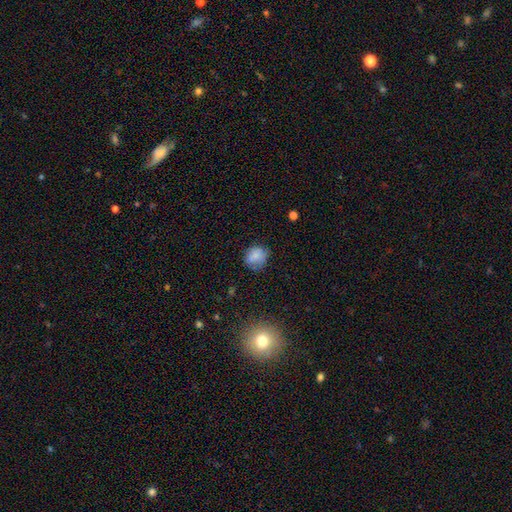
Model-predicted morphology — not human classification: smooth_or_featured: smooth (p=0.80) [alt: star or artifact p=0.10]
how_rounded: round (p=0.73) [alt: in between p=0.26]
merging: none (p=0.67) [alt: minor disturbance p=0.24]